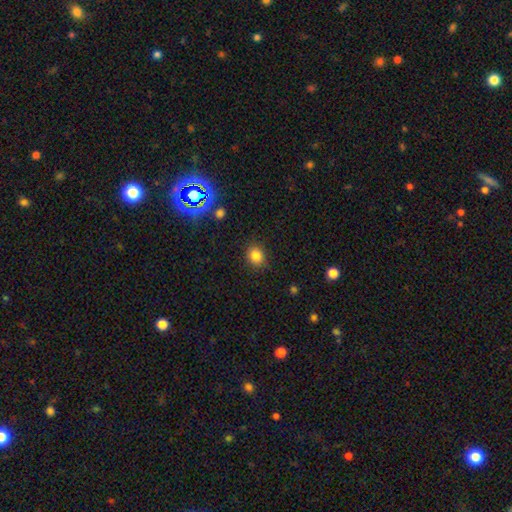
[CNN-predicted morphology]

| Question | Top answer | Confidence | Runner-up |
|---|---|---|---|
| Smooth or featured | smooth | 82% | star or artifact (13%) |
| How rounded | round | 69% | in between (30%) |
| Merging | none | 85% | minor disturbance (11%) |